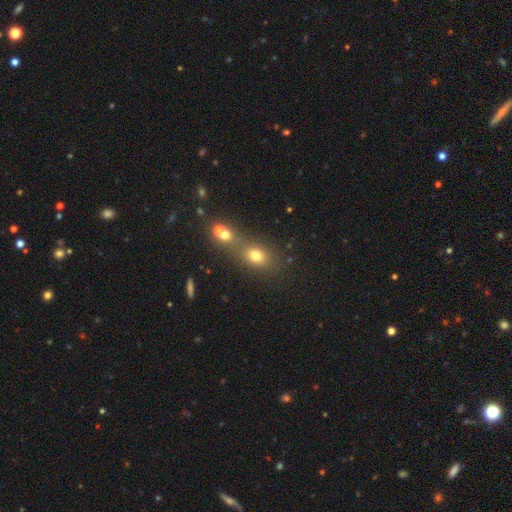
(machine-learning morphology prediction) Smooth or featured: smooth — 70% (star or artifact — 17%)
How rounded: in between — 54% (round — 43%)
Merging: none — 49% (merger — 34%)